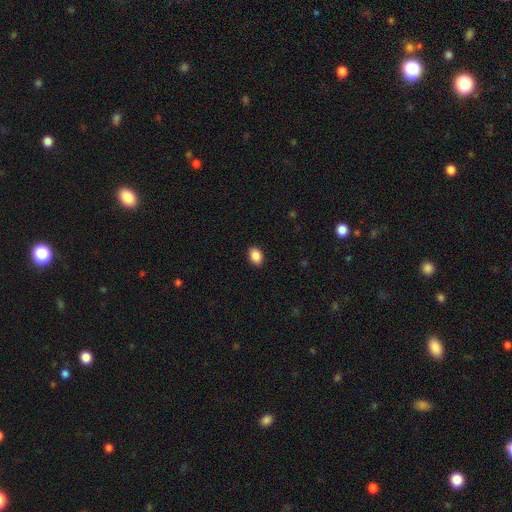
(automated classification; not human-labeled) A smooth galaxy with no disk features (89%) that is in between round and cigar-shaped (82%).

Vote fractions:
- Smooth or featured? smooth: 89% / star or artifact: 8% / featured or disk: 3%
- How rounded? in between: 82% / round: 17% / cigar-shaped: 1%
- Merging? none: 90% / minor disturbance: 7% / major disturbance: 2% / merger: 1%